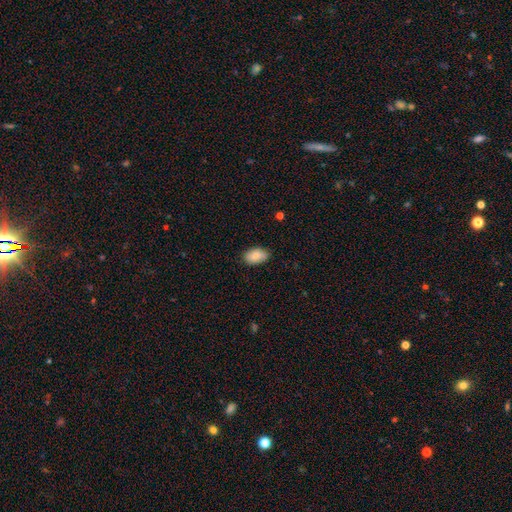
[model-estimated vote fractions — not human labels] Smooth or featured?
  - smooth: 85% *
  - featured or disk: 8%
  - star or artifact: 7%
How rounded?
  - in between: 93% *
  - round: 5%
  - cigar-shaped: 2%
Merging?
  - none: 86% *
  - minor disturbance: 11%
  - major disturbance: 2%
  - merger: 1%